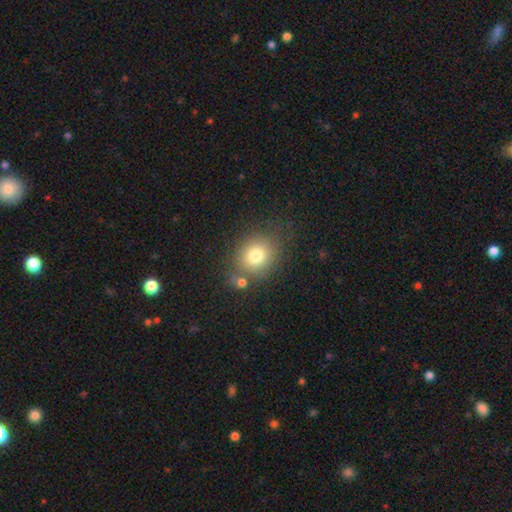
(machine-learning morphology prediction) Smooth or featured?
  - smooth: 78% *
  - star or artifact: 11%
  - featured or disk: 11%
How rounded?
  - round: 69% *
  - in between: 30%
  - cigar-shaped: 1%
Merging?
  - none: 68% *
  - minor disturbance: 14%
  - merger: 12%
  - major disturbance: 6%